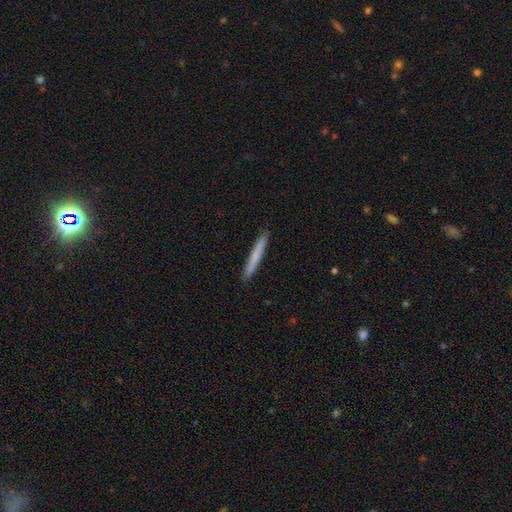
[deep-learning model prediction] Smooth or featured? smooth (68%)
How rounded? cigar-shaped (97%)
Merging? none (91%)